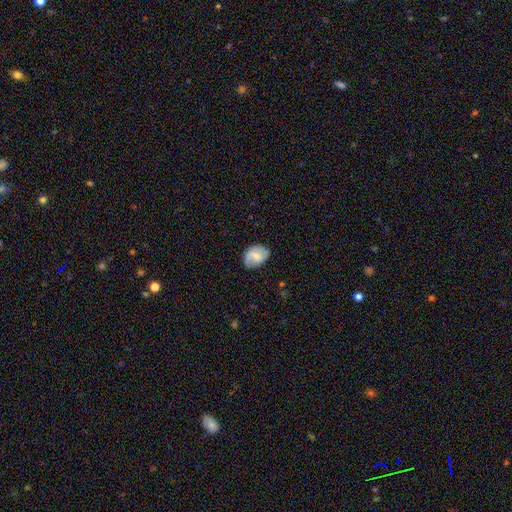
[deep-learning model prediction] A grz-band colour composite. It shows a smooth galaxy with no disk features (56%) that is in between round and cigar-shaped (68%). Merging: none (73%).